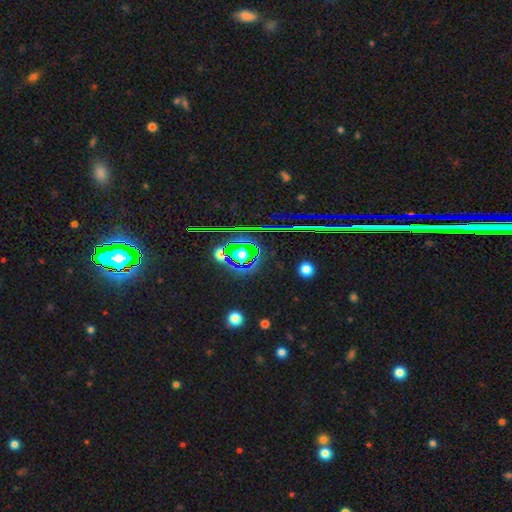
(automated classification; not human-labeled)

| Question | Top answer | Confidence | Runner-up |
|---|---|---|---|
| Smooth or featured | star or artifact | 82% | smooth (10%) |